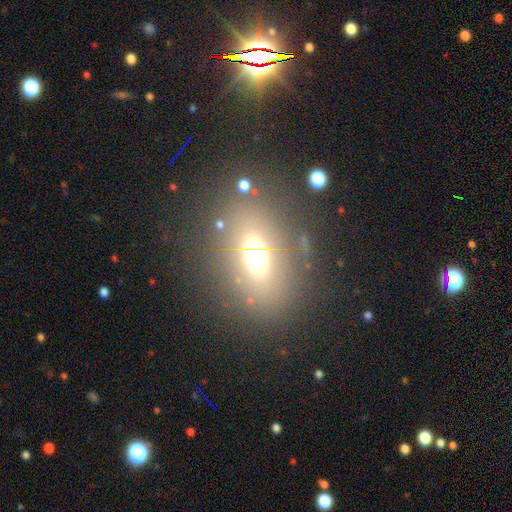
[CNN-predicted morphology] type=smooth (53%); roundness=in between (63%); merging=none (76%).